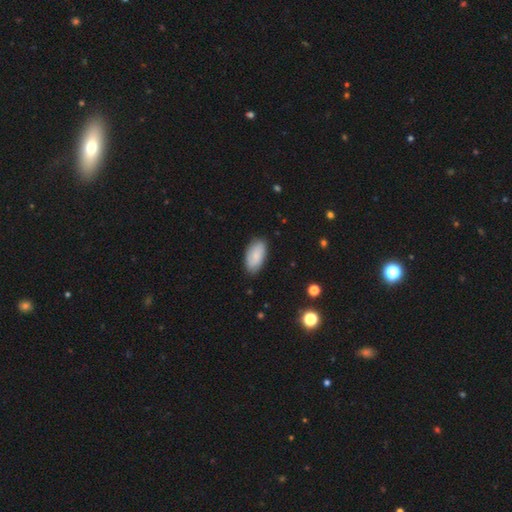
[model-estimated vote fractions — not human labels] A smooth galaxy with no disk features (76%) that is in between round and cigar-shaped (94%).

Vote fractions:
- Smooth or featured? smooth: 76% / featured or disk: 17% / star or artifact: 7%
- How rounded? in between: 94% / cigar-shaped: 4% / round: 2%
- Merging? none: 83% / minor disturbance: 14% / major disturbance: 3% / merger: 1%